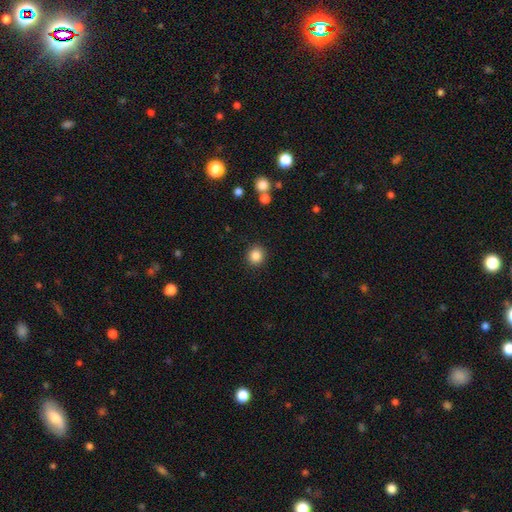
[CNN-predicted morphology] Smooth or featured? Predicted: smooth (p=0.86). How rounded? Predicted: round (p=0.89). Merging? Predicted: none (p=0.90).